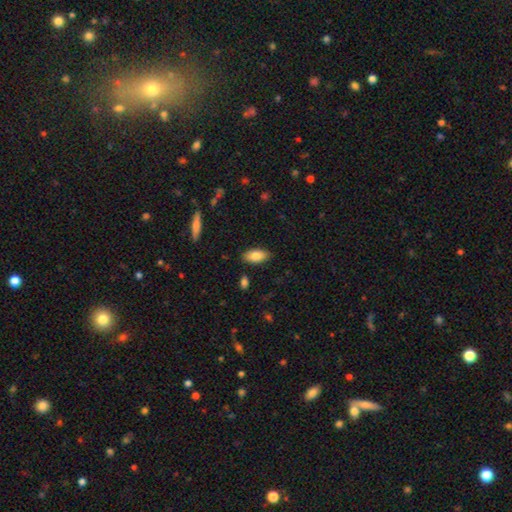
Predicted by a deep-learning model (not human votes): smooth-or-featured: smooth: 84% | featured or disk: 10% | star or artifact: 7%
  how-rounded: in between: 92% | cigar-shaped: 6% | round: 2%
  merging: none: 86% | minor disturbance: 10% | major disturbance: 2% | merger: 2%